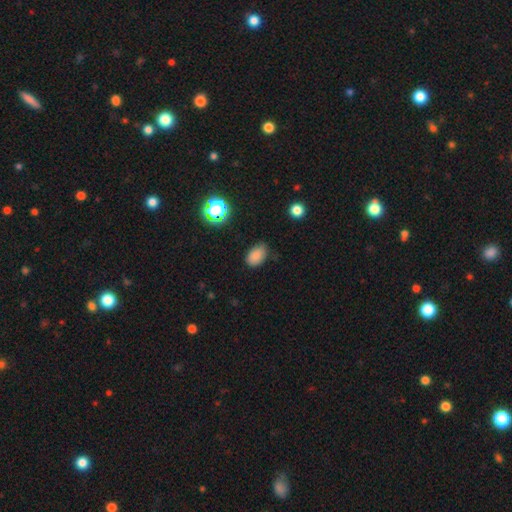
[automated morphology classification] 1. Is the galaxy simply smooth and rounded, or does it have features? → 82% smooth, 13% star or artifact, 6% featured or disk.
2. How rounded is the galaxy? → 87% in between, 12% round, 1% cigar-shaped.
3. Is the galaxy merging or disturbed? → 71% none, 24% minor disturbance, 4% major disturbance, 2% merger.